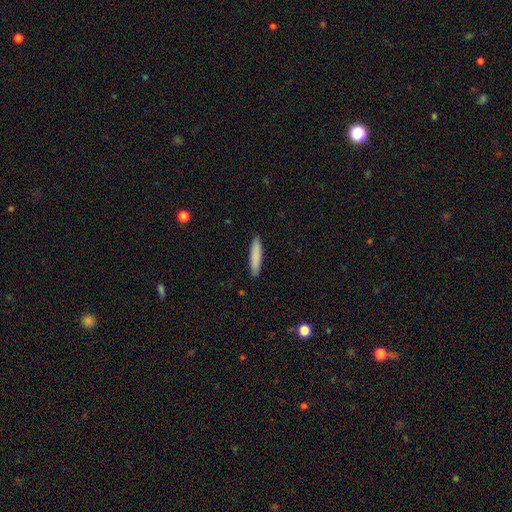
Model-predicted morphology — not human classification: A smooth galaxy with no disk features (84%) that is cigar-shaped (86%). Merging: none (90%).